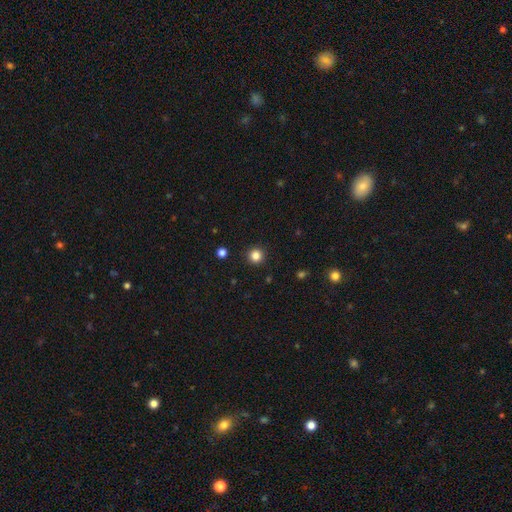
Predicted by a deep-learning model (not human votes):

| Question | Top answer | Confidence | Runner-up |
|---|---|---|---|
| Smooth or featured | smooth | 84% | star or artifact (12%) |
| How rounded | round | 95% | in between (4%) |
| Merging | none | 92% | minor disturbance (5%) |